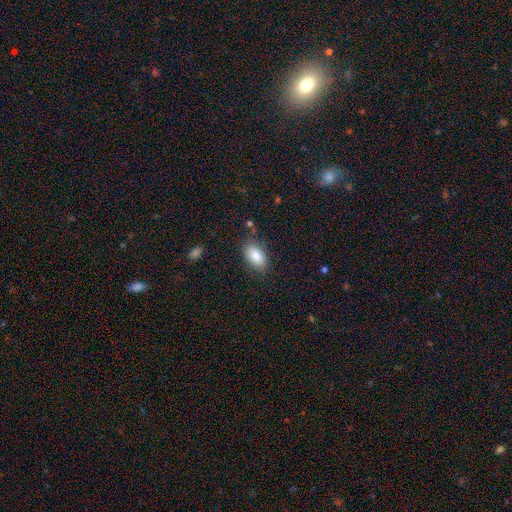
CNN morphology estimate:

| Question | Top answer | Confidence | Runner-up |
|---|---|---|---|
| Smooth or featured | smooth | 85% | featured or disk (8%) |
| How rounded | in between | 93% | round (5%) |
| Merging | none | 81% | minor disturbance (13%) |